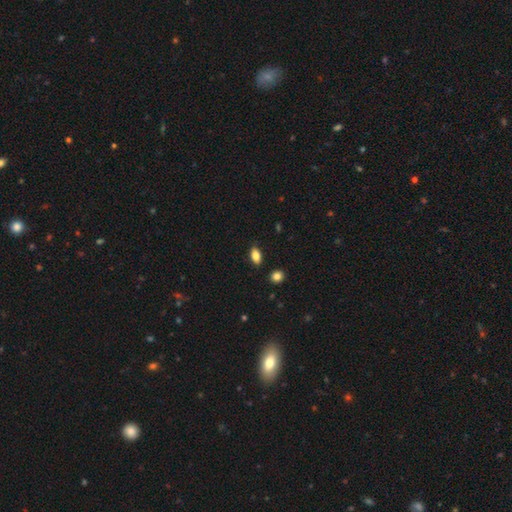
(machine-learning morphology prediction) smooth_or_featured: smooth (p=0.84) [alt: star or artifact p=0.08]
how_rounded: in between (p=0.89) [alt: round p=0.06]
merging: none (p=0.87) [alt: minor disturbance p=0.09]